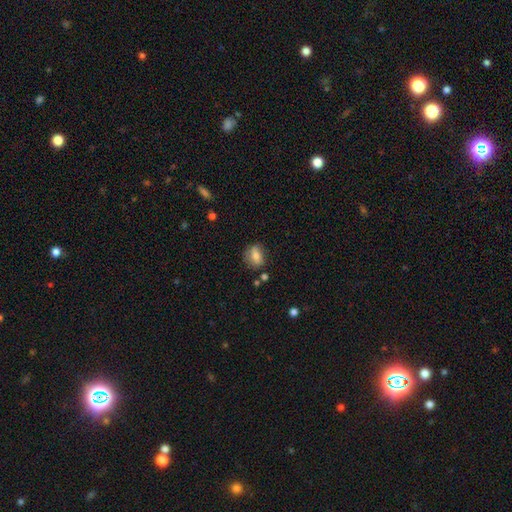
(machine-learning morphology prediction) Q: Smooth or featured?
A: smooth (75%); runner-up: featured or disk (16%)
Q: How rounded?
A: in between (64%); runner-up: round (33%)
Q: Merging?
A: none (64%); runner-up: minor disturbance (24%)